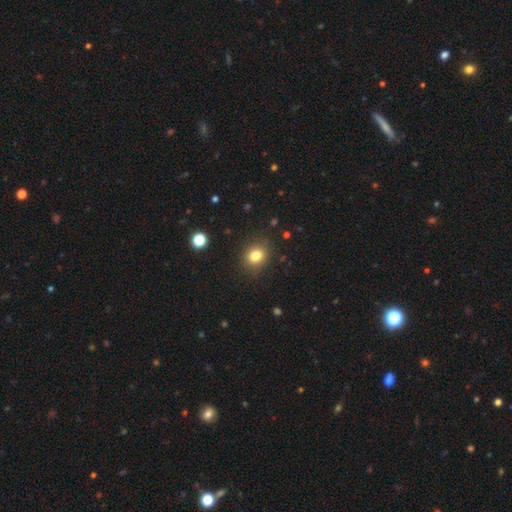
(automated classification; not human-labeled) Smooth or featured?
  - smooth: 81% *
  - star or artifact: 12%
  - featured or disk: 7%
How rounded?
  - round: 67% *
  - in between: 32%
  - cigar-shaped: 1%
Merging?
  - none: 85% *
  - minor disturbance: 10%
  - major disturbance: 3%
  - merger: 2%